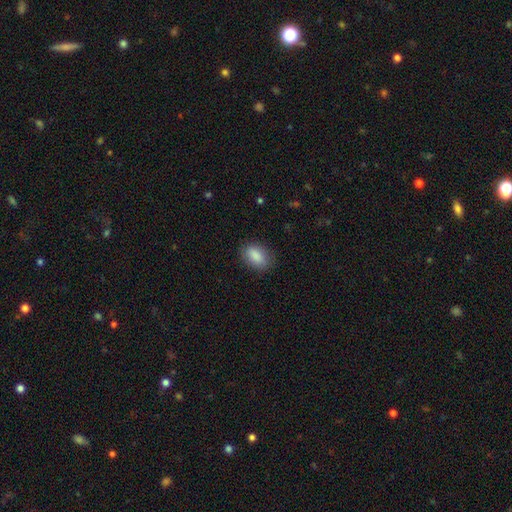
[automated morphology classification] type=smooth (88%); roundness=in between (88%); merging=none (85%).